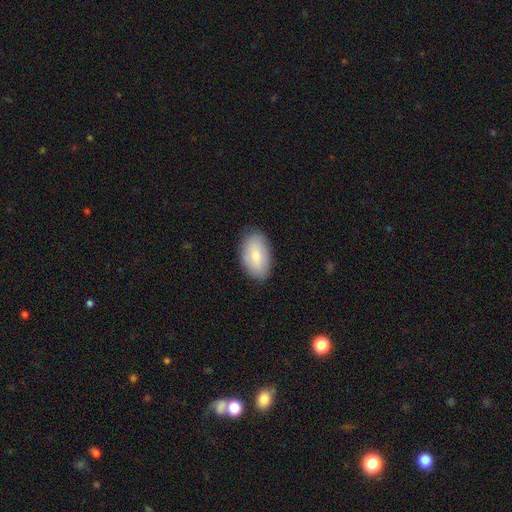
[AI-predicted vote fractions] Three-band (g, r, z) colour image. It shows a smooth galaxy with no disk features (75%) that is in between round and cigar-shaped (93%). Merging: none (84%).